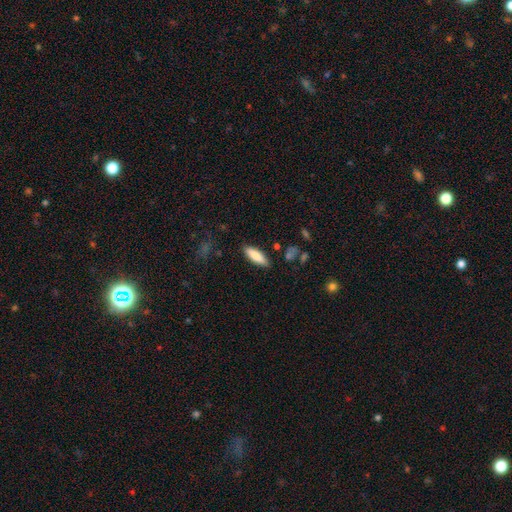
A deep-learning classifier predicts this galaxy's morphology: This is likely a smooth galaxy (79%). How rounded: possibly in between (52%). Merging: clearly none (85%).